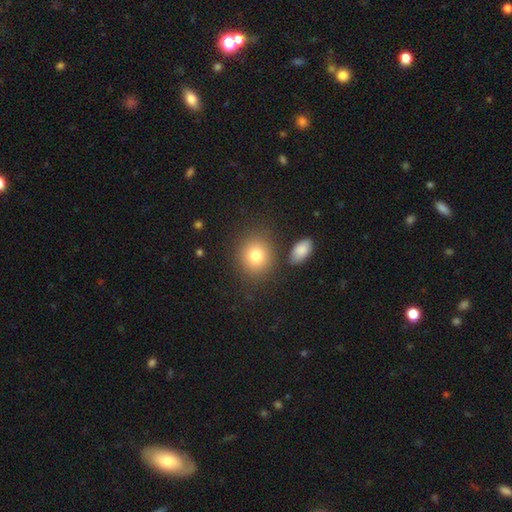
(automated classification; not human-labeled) The model was most divided on "how rounded": round: 75%, in between: 24%, cigar-shaped: 1%. More confident: merging — none (80%); smooth or featured — smooth (80%).